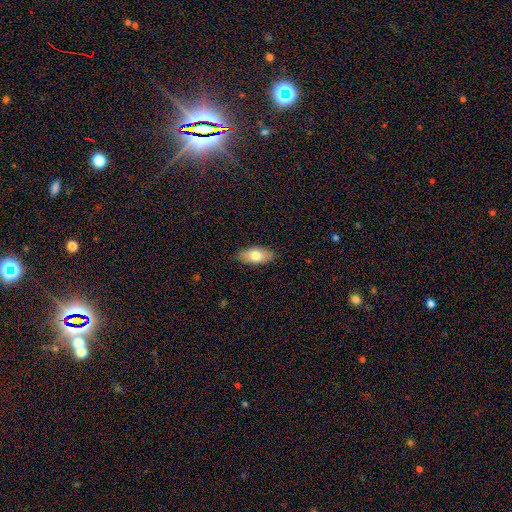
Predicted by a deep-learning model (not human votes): Morphology: type=smooth (74%); roundness=in between (88%); merging=none (87%).